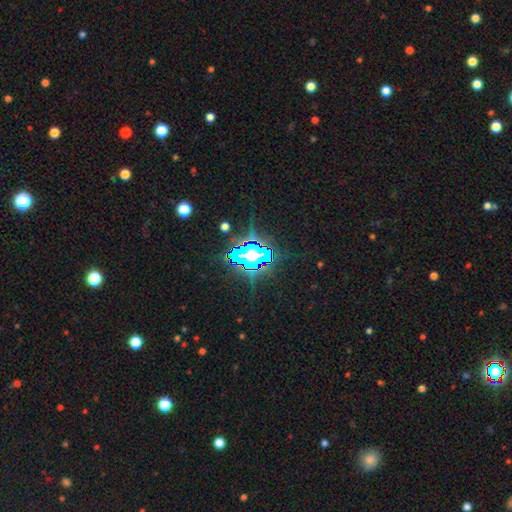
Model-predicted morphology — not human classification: star or artifact 67%, smooth 18%, featured or disk 15%.